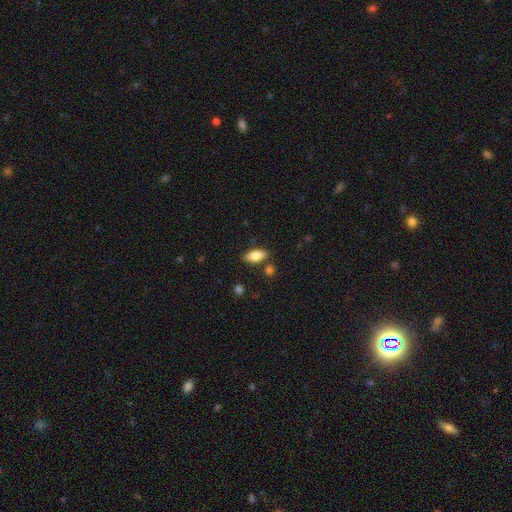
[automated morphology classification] type=smooth (77%); roundness=in between (82%); merging=none (80%).